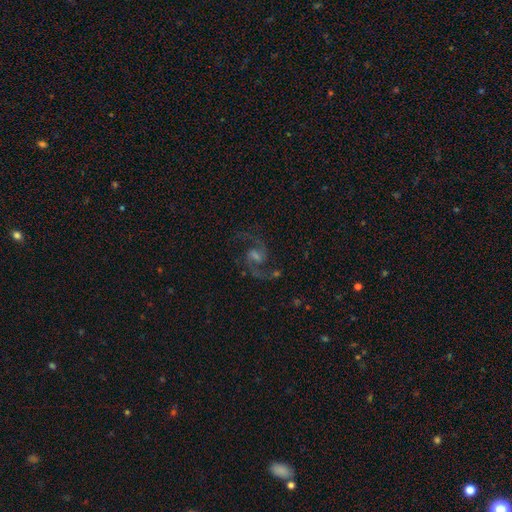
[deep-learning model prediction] Q: Smooth or featured?
A: featured or disk (88%); runner-up: star or artifact (7%)
Q: Edge-on disk?
A: no (98%); runner-up: yes (2%)
Q: Bar?
A: weak (55%); runner-up: no (29%)
Q: Spiral arms?
A: yes (98%); runner-up: no (2%)
Q: Spiral winding?
A: medium (52%); runner-up: loose (41%)
Q: Spiral arm count?
A: 2 (94%); runner-up: can't tell (2%)
Q: Bulge size?
A: small (38%); runner-up: moderate (35%)
Q: Merging?
A: none (79%); runner-up: minor disturbance (12%)